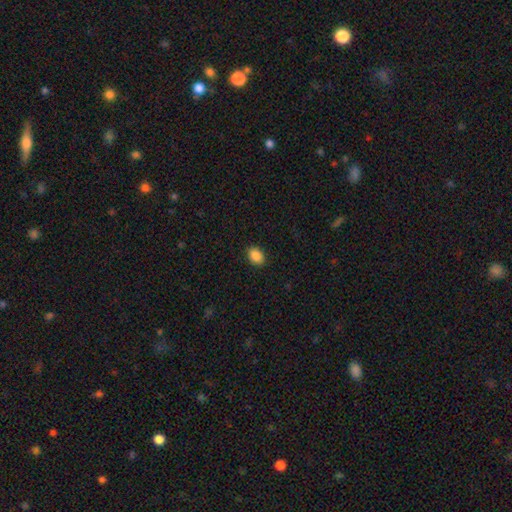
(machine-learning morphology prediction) A smooth galaxy with no disk features (89%) that is in between round and cigar-shaped (74%).

Vote fractions:
- Smooth or featured? smooth: 89% / star or artifact: 8% / featured or disk: 3%
- How rounded? in between: 74% / round: 25% / cigar-shaped: 1%
- Merging? none: 90% / minor disturbance: 7% / major disturbance: 2% / merger: 1%